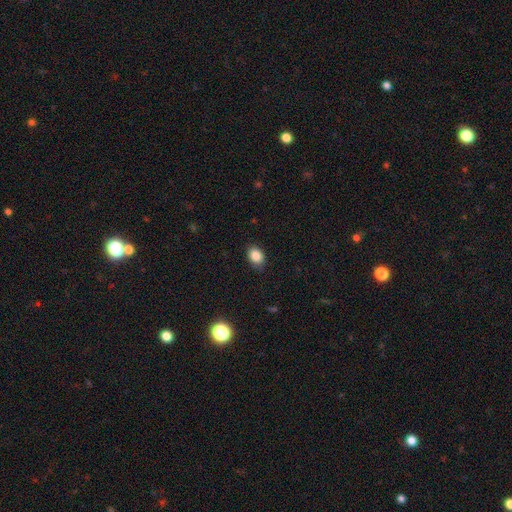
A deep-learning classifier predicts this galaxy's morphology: This appears to be a smooth galaxy with no disk features (86%) that is in between round and cigar-shaped (71%). Merging: none (85%).